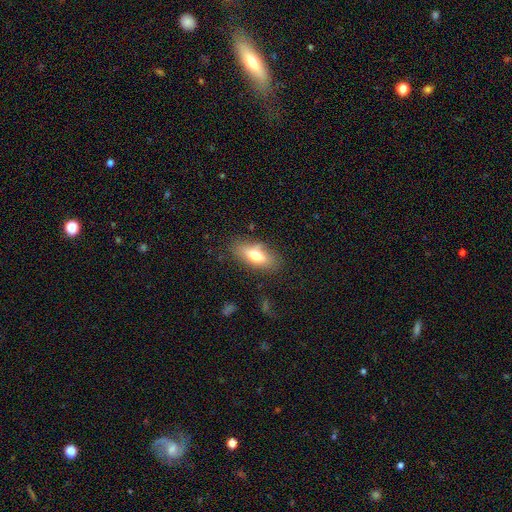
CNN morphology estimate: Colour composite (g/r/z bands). It shows a smooth galaxy with no disk features (72%) that is in between round and cigar-shaped (79%). Merging: none (78%).